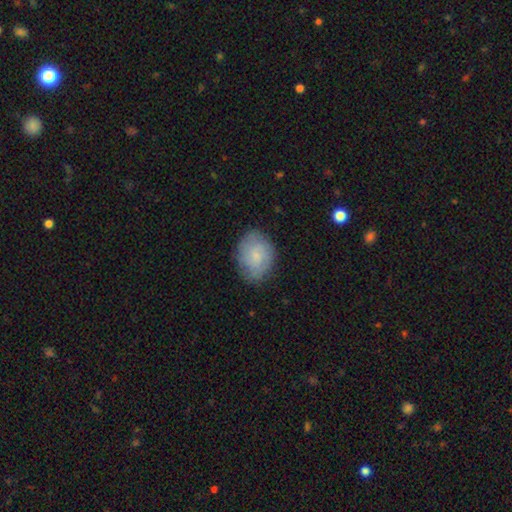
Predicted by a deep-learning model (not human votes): The model was most divided on "how rounded": in between: 59%, round: 40%, cigar-shaped: 1%. More confident: merging — none (78%); smooth or featured — smooth (61%).